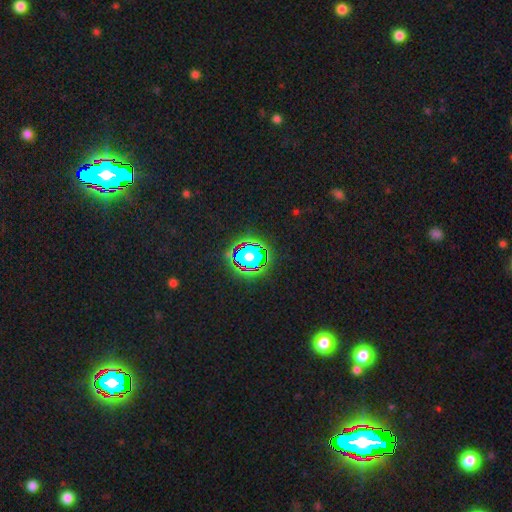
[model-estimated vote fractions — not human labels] Q: Smooth or featured?
A: star or artifact (73%); runner-up: smooth (17%)